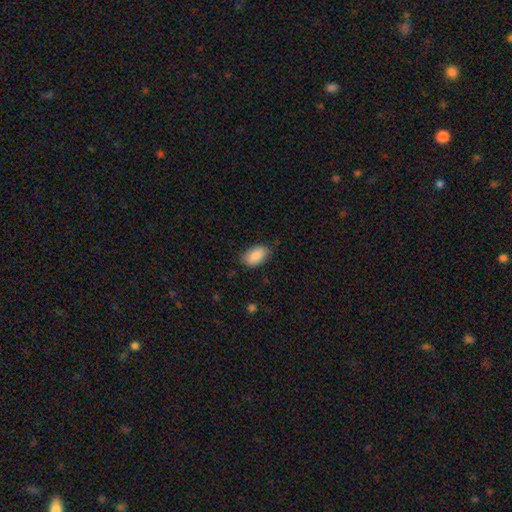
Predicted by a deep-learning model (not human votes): Smooth or featured? smooth (88%)
How rounded? in between (93%)
Merging? none (77%)